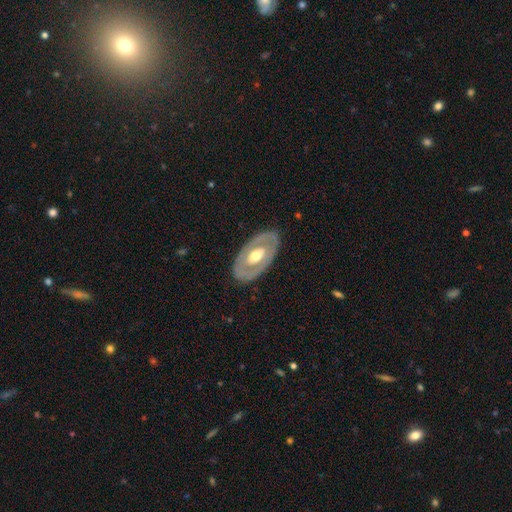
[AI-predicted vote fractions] featured or disk 61%, smooth 34%, star or artifact 5%. Down the decision tree: edge-on disk — no (88%); bar — no (73%); spiral arms — no (86%); bulge size — moderate (69%); merging — none (83%).